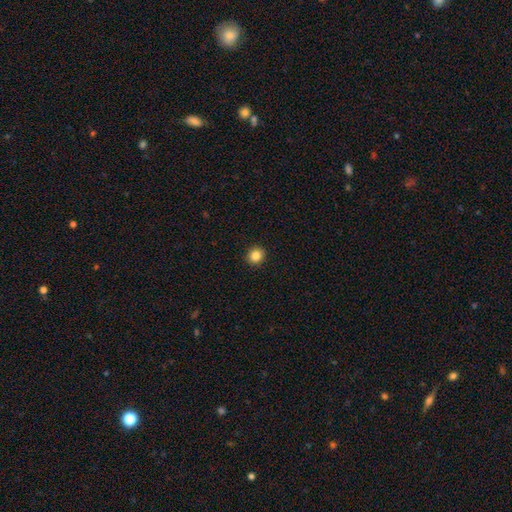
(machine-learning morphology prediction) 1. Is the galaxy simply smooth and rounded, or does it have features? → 85% smooth, 11% star or artifact, 5% featured or disk.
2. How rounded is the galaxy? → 84% round, 15% in between, 1% cigar-shaped.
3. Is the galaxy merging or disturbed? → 93% none, 5% minor disturbance, 2% major disturbance, 1% merger.